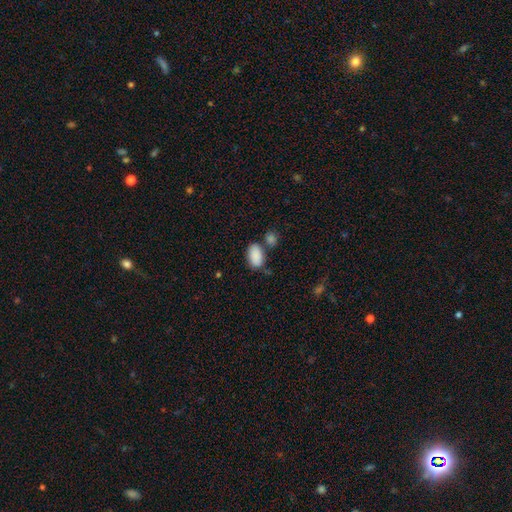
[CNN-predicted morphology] Smooth or featured: smooth — 88% (star or artifact — 7%)
How rounded: in between — 93% (round — 6%)
Merging: none — 63% (merger — 16%)